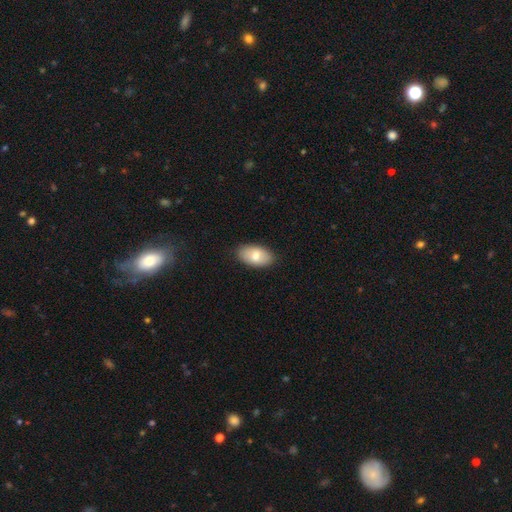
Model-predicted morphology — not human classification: Smooth or featured? smooth (76%)
How rounded? in between (94%)
Merging? none (87%)